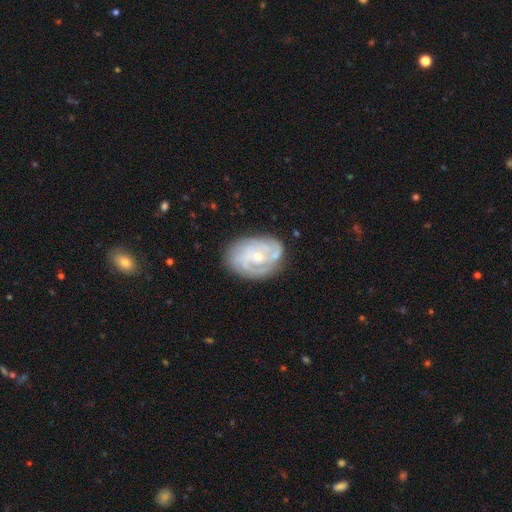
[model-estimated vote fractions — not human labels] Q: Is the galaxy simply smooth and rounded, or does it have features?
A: featured or disk — 82%.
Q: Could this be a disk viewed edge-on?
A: no — 97%.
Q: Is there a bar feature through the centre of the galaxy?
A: no — 71%.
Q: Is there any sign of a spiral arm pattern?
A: yes — 94%.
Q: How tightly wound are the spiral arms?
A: tight — 60%.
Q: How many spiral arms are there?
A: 3 — 33%.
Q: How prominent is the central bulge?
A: small — 62%.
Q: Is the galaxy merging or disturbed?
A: none — 75%.